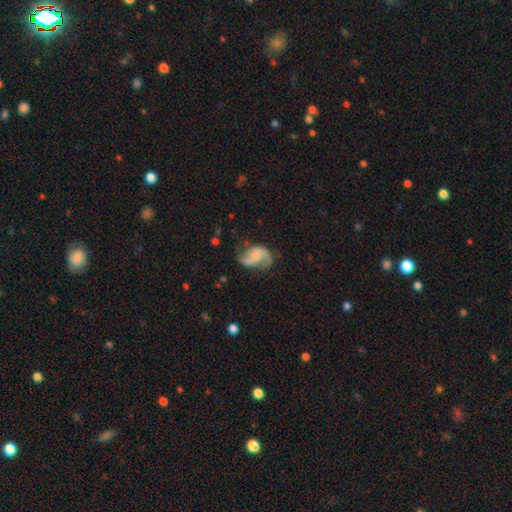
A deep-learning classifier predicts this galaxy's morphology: Overall: featured or disk (78%). Edge-on disk: no (98%). Bar: no (59%; weak 34%). Spiral arms: yes (94%). Spiral arm count: 2 (87%). Spiral winding: loose (49%; medium 40%). Bulge size: small (40%; none 29%). Merging: none (56%; minor disturbance 24%).